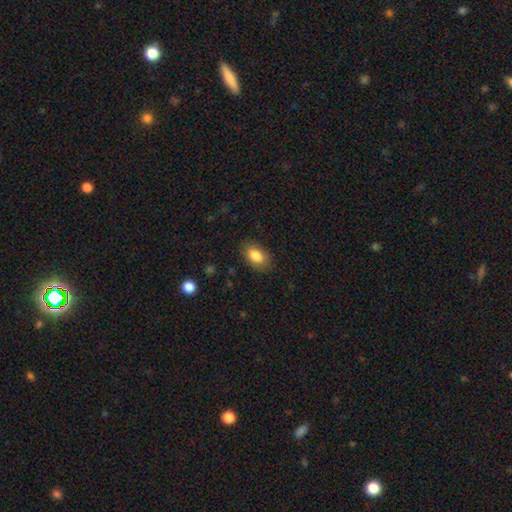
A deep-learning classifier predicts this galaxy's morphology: A smooth galaxy with no disk features (85%) that is in between round and cigar-shaped (87%).

Vote fractions:
- Smooth or featured? smooth: 85% / featured or disk: 8% / star or artifact: 7%
- How rounded? in between: 87% / round: 11% / cigar-shaped: 1%
- Merging? none: 83% / minor disturbance: 12% / major disturbance: 3% / merger: 1%